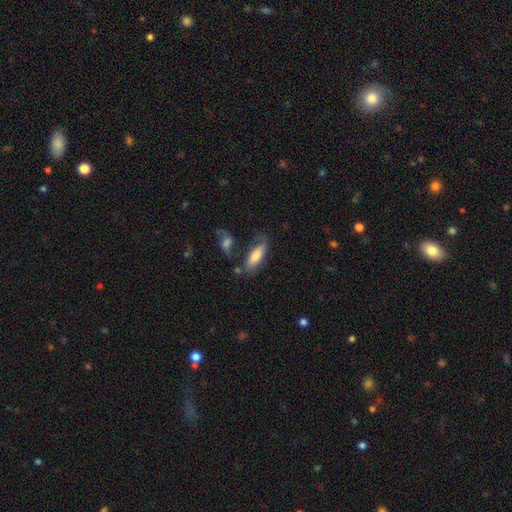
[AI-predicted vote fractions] A smooth galaxy with no disk features (67%) that is in between round and cigar-shaped (66%).

Vote fractions:
- Smooth or featured? smooth: 67% / featured or disk: 27% / star or artifact: 6%
- How rounded? in between: 66% / cigar-shaped: 31% / round: 2%
- Merging? none: 55% / minor disturbance: 22% / merger: 12% / major disturbance: 11%